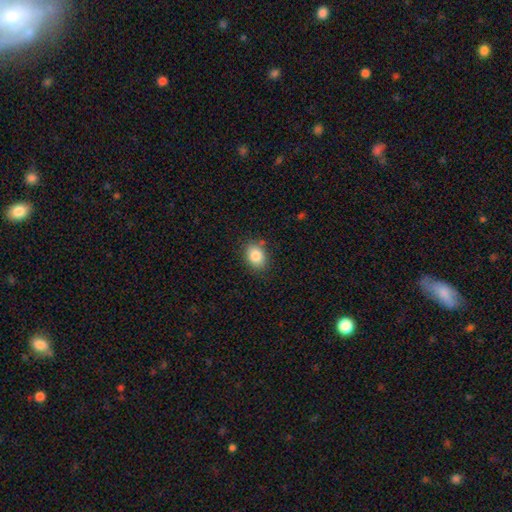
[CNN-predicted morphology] Smooth or featured? smooth (85%)
How rounded? in between (64%)
Merging? none (83%)